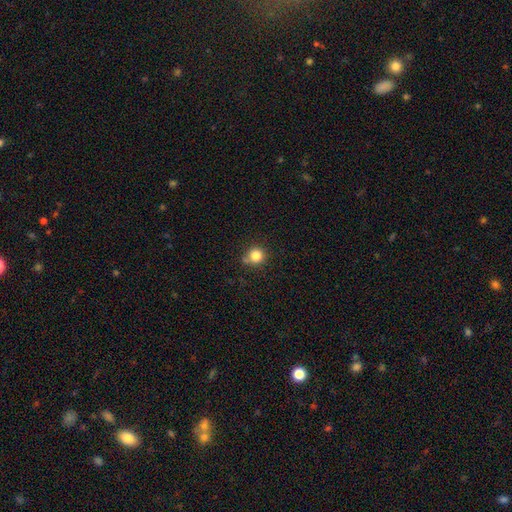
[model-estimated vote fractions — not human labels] The model was most divided on "merging": none: 73%, minor disturbance: 14%, merger: 10%, major disturbance: 4%. More confident: how rounded — round (92%); smooth or featured — smooth (82%).